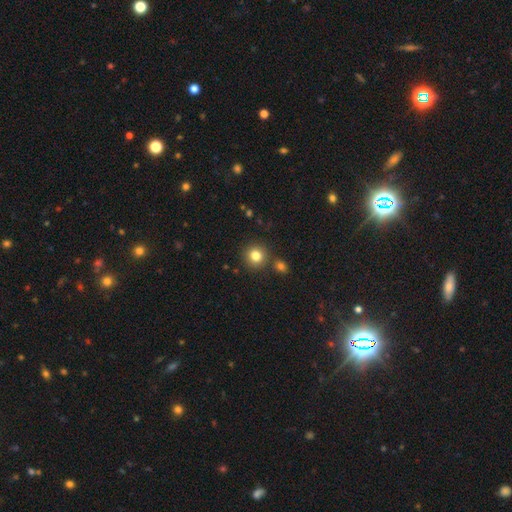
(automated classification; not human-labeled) Smooth or featured? Predicted: smooth (p=0.82). How rounded? Predicted: round (p=0.90). Merging? Predicted: none (p=0.81).